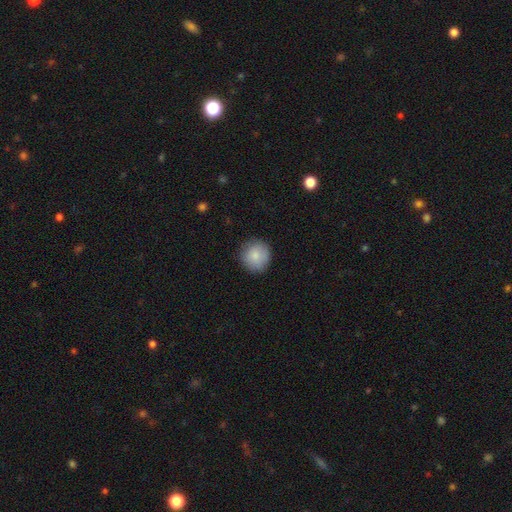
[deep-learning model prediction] Overall: smooth (85%). How rounded: round (92%). Merging: none (85%).